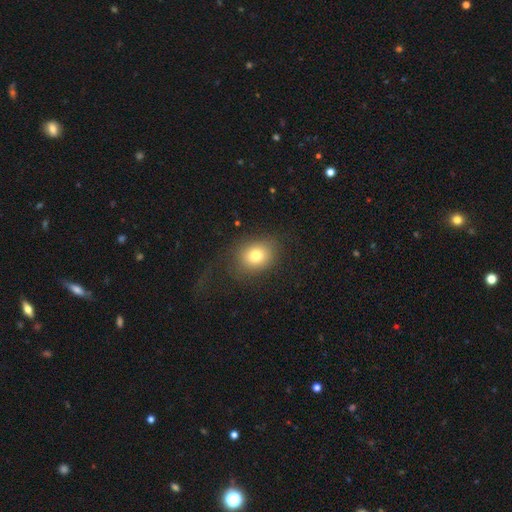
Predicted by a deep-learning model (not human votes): Smooth or featured?
  - smooth: 77% *
  - featured or disk: 12%
  - star or artifact: 11%
How rounded?
  - round: 56% *
  - in between: 43%
  - cigar-shaped: 1%
Merging?
  - none: 71% *
  - minor disturbance: 14%
  - major disturbance: 13%
  - merger: 1%